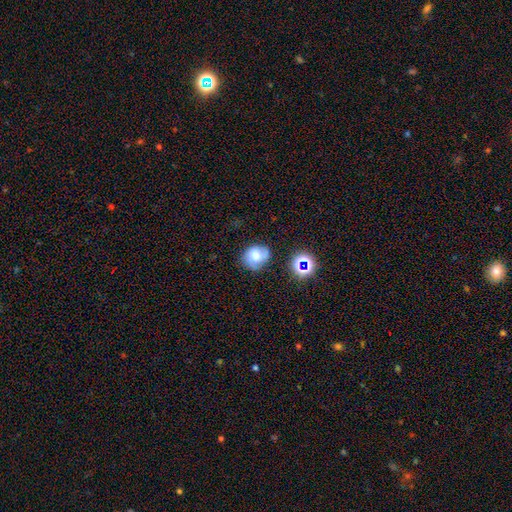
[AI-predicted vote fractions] The model was most divided on "smooth or featured": smooth: 52%, featured or disk: 34%, star or artifact: 14%. More confident: merging — none (62%); how rounded — round (60%).